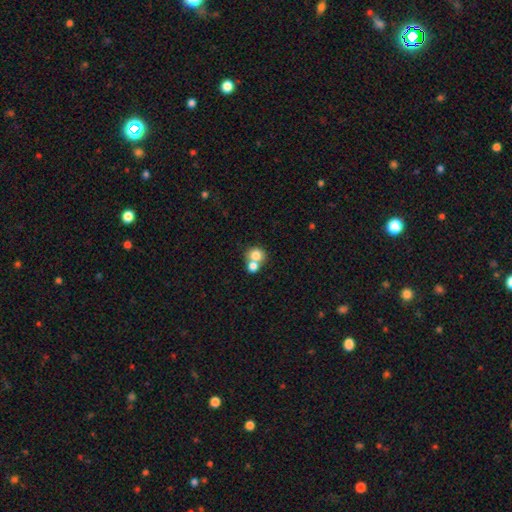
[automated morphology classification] This is likely a smooth galaxy (77%). How rounded: clearly round (80%). Merging: possibly merger (57%).